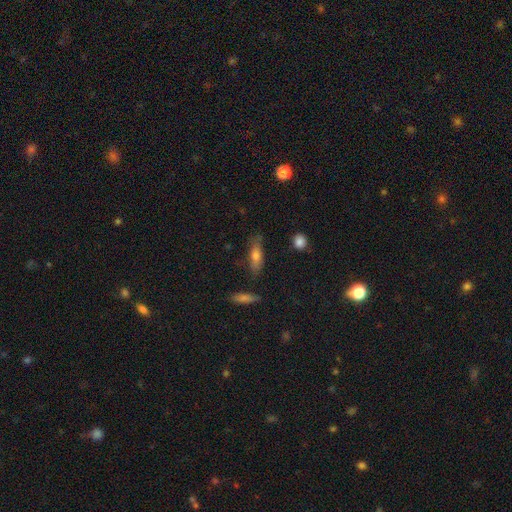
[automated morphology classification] Smooth or featured?
  - smooth: 67% *
  - featured or disk: 25%
  - star or artifact: 8%
How rounded?
  - in between: 52% *
  - cigar-shaped: 45%
  - round: 3%
Merging?
  - none: 73% *
  - minor disturbance: 18%
  - major disturbance: 4%
  - merger: 4%